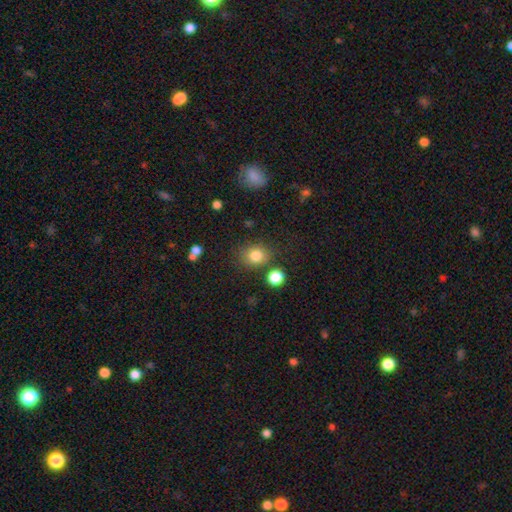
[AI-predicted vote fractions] A smooth galaxy with no disk features (82%) that is round (72%).

Vote fractions:
- Smooth or featured? smooth: 82% / star or artifact: 12% / featured or disk: 6%
- How rounded? round: 72% / in between: 27% / cigar-shaped: 1%
- Merging? none: 76% / minor disturbance: 12% / merger: 7% / major disturbance: 4%